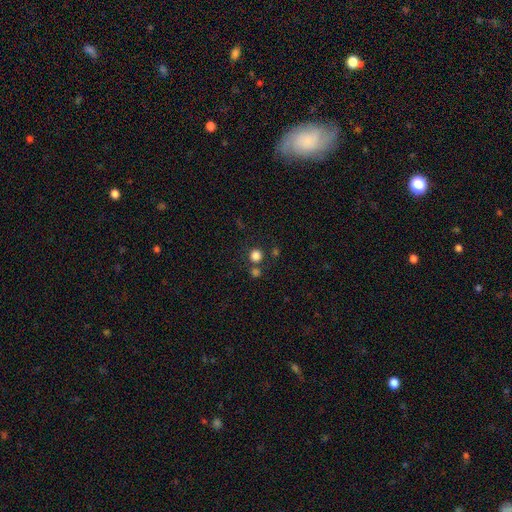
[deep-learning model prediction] Smooth or featured? Predicted: smooth (p=0.81). How rounded? Predicted: round (p=0.93). Merging? Predicted: none (p=0.75).